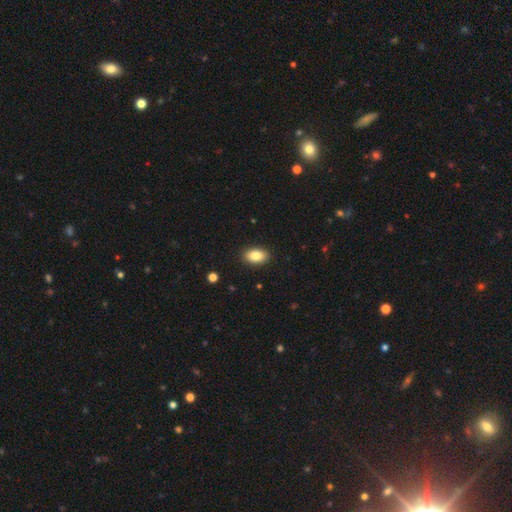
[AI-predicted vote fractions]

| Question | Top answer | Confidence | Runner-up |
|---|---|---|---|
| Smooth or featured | smooth | 85% | star or artifact (8%) |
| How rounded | in between | 91% | round (8%) |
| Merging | none | 90% | minor disturbance (7%) |